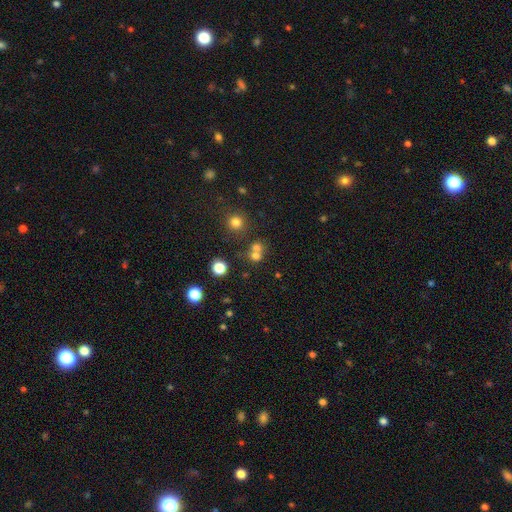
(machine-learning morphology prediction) The model was most divided on "merging": none: 46%, merger: 45%, minor disturbance: 6%, major disturbance: 3%. More confident: how rounded — round (82%); smooth or featured — smooth (67%).